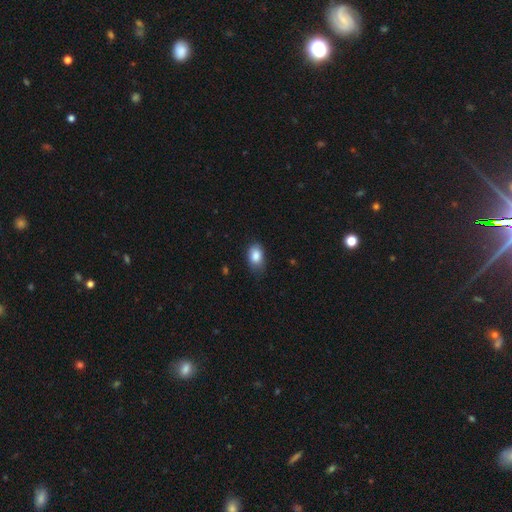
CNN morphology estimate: A smooth galaxy with no disk features (86%) that is in between round and cigar-shaped (85%). Merging: none (67%).